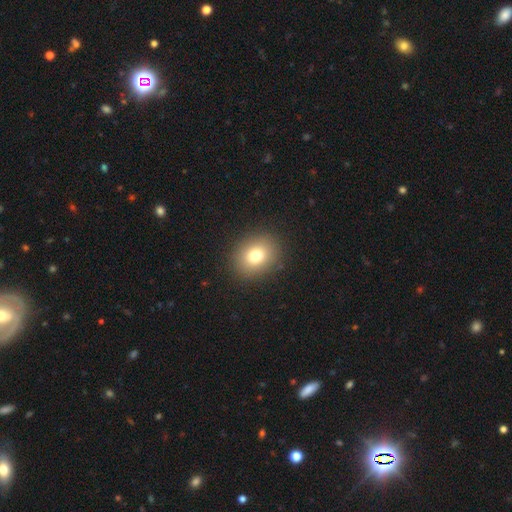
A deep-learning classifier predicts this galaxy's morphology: Smooth or featured: smooth — 78% (star or artifact — 12%)
How rounded: round — 60% (in between — 39%)
Merging: none — 89% (minor disturbance — 7%)